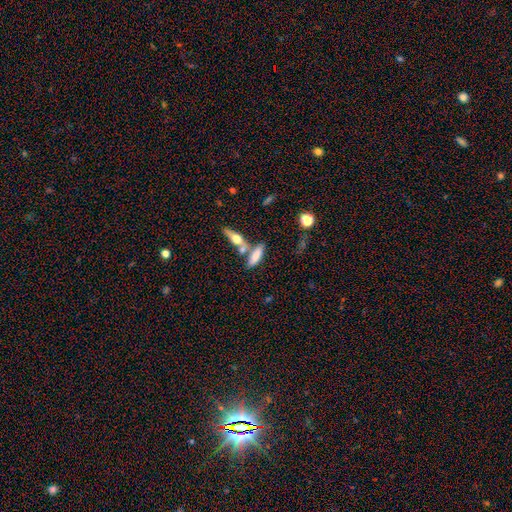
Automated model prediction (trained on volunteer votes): Morphology: type=smooth (66%); roundness=cigar-shaped (53%); merging=none (52%).